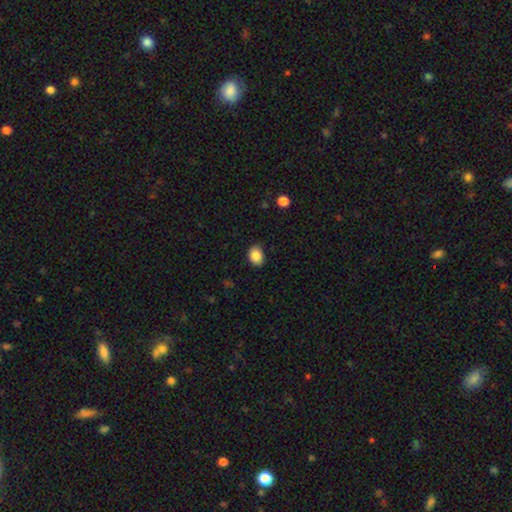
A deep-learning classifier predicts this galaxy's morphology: Smooth or featured? smooth (86%)
How rounded? in between (62%)
Merging? none (77%)